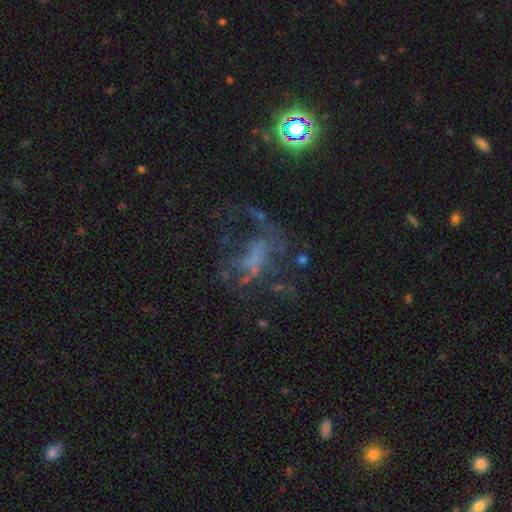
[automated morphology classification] Overall: featured or disk (56%; star or artifact 26%). Edge-on disk: no (96%). Bar: no (70%). Spiral arms: no (62%; yes 38%). Bulge size: none (68%). Merging: major disturbance (45%; none 35%).